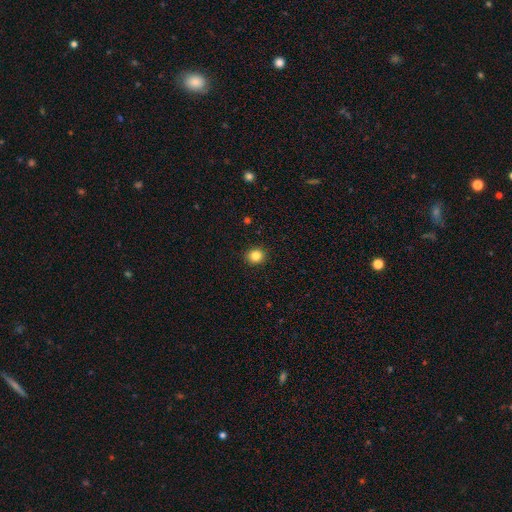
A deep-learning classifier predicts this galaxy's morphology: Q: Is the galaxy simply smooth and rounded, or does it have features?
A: smooth — 84%.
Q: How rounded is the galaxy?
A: round — 84%.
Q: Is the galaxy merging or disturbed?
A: none — 92%.